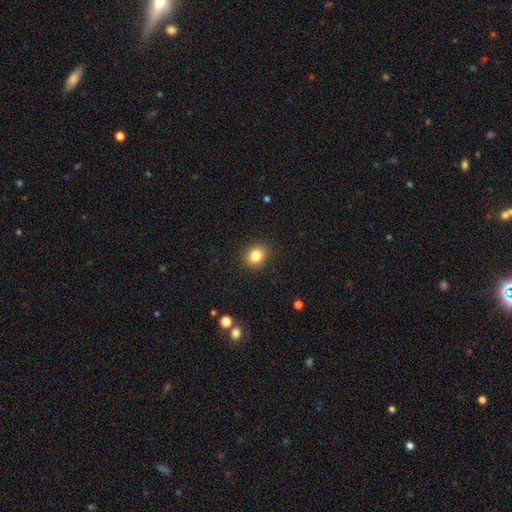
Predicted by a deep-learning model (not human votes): Smooth or featured? Predicted: smooth (p=0.83). How rounded? Predicted: round (p=0.64). Merging? Predicted: none (p=0.90).